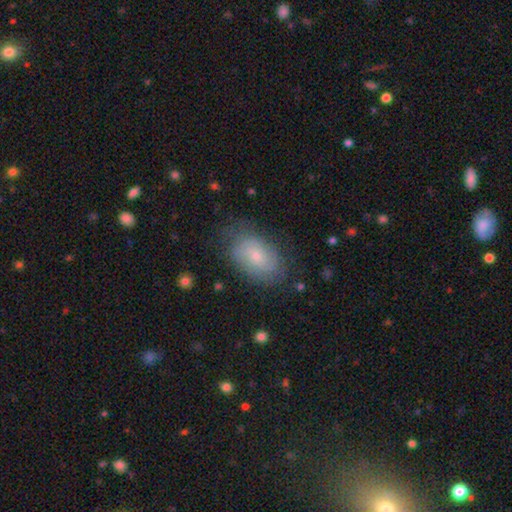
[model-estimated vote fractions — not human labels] Q: Smooth or featured?
A: smooth (56%); runner-up: featured or disk (36%)
Q: How rounded?
A: in between (89%); runner-up: round (10%)
Q: Merging?
A: none (71%); runner-up: minor disturbance (20%)